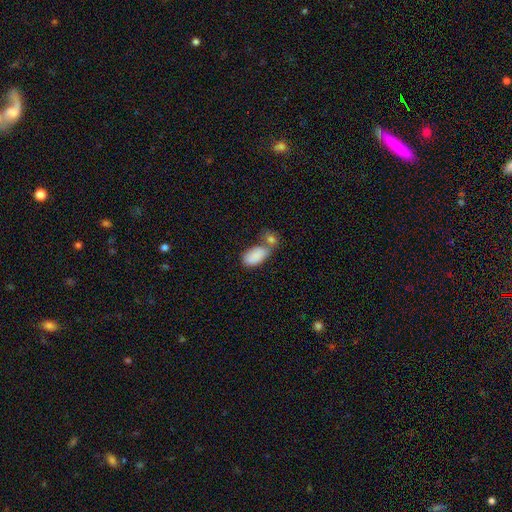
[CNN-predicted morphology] Overall: smooth (86%). How rounded: in between (94%). Merging: merger (48%; none 32%).